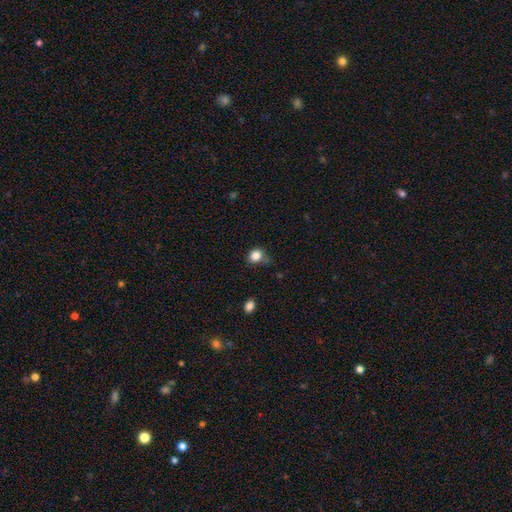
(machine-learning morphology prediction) The model was most divided on "merging": none: 61%, minor disturbance: 29%, major disturbance: 7%, merger: 3%. More confident: smooth or featured — smooth (83%); how rounded — round (72%).